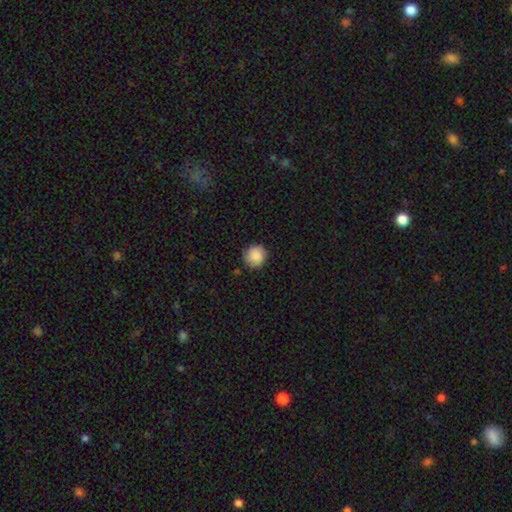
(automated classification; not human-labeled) smooth 87%, star or artifact 7%, featured or disk 5%. Down the decision tree: how rounded — round (93%); merging — none (85%).